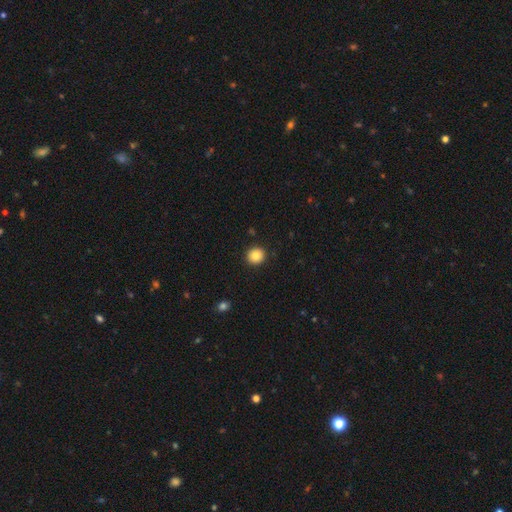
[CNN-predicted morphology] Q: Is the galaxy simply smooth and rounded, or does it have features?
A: smooth — 85%.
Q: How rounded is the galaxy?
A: round — 90%.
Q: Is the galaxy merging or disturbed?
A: none — 92%.